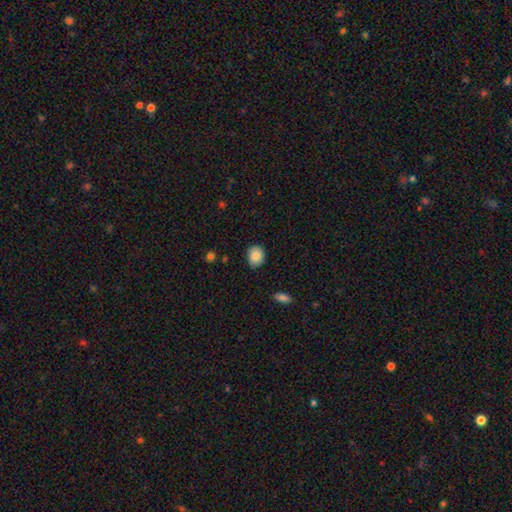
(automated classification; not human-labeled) Q: Smooth or featured?
A: smooth (85%); runner-up: star or artifact (8%)
Q: How rounded?
A: round (55%); runner-up: in between (44%)
Q: Merging?
A: none (83%); runner-up: minor disturbance (14%)